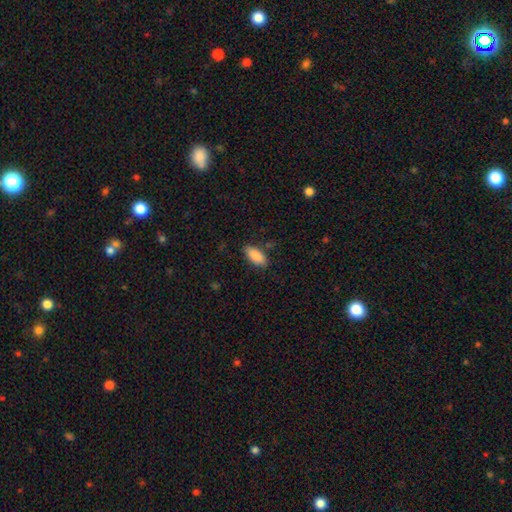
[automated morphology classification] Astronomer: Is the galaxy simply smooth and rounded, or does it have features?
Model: smooth — 87%.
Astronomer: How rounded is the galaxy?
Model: in between — 87%.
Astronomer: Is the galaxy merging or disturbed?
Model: none — 83%.